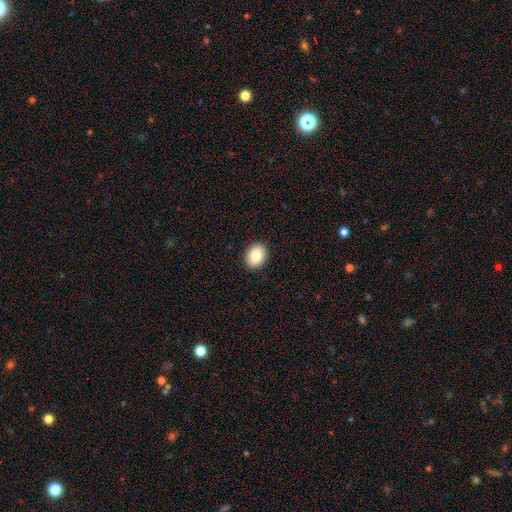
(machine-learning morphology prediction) type=smooth (84%); roundness=in between (61%); merging=none (91%).